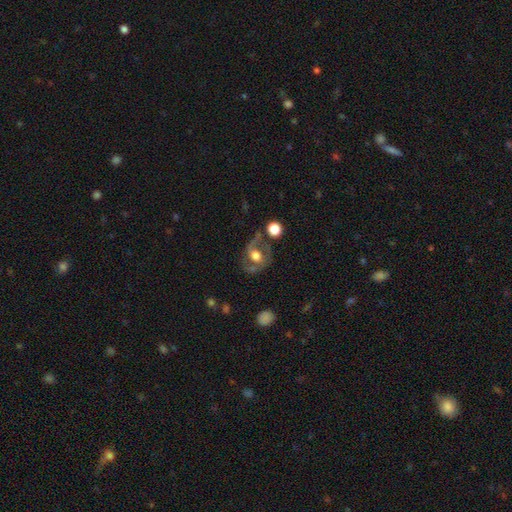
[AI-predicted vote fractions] Morphology: type=featured or disk (57%); edge-on=no (94%); bar=no (63%); spiral arms=yes (53%); bulge=moderate (51%); merging=none (55%).